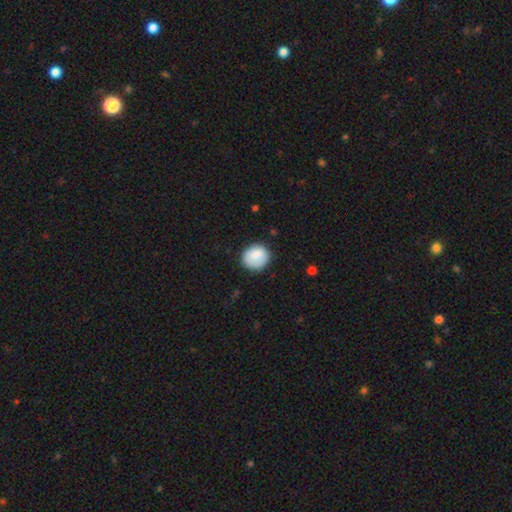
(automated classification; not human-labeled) smooth_or_featured: smooth (p=0.84) [alt: featured or disk p=0.09]
how_rounded: round (p=0.77) [alt: in between p=0.22]
merging: none (p=0.79) [alt: minor disturbance p=0.15]